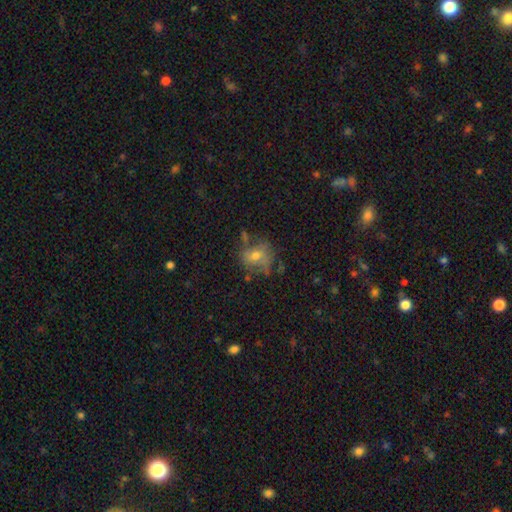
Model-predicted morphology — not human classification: The model was most divided on "smooth or featured": smooth: 53%, featured or disk: 35%, star or artifact: 12%. More confident: how rounded — round (61%); merging — none (51%).